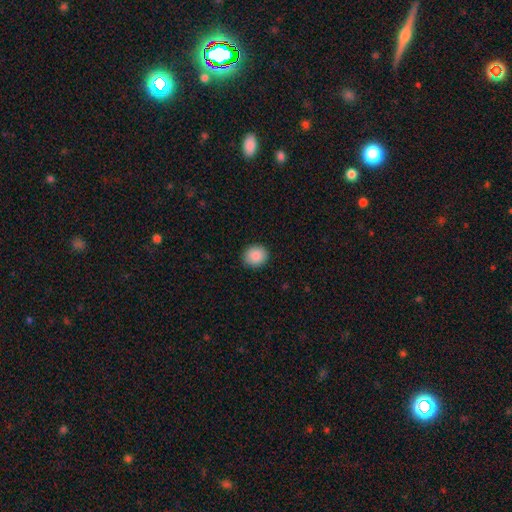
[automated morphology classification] smooth_or_featured: smooth (p=0.89) [alt: star or artifact p=0.08]
how_rounded: round (p=0.81) [alt: in between p=0.18]
merging: none (p=0.89) [alt: minor disturbance p=0.08]